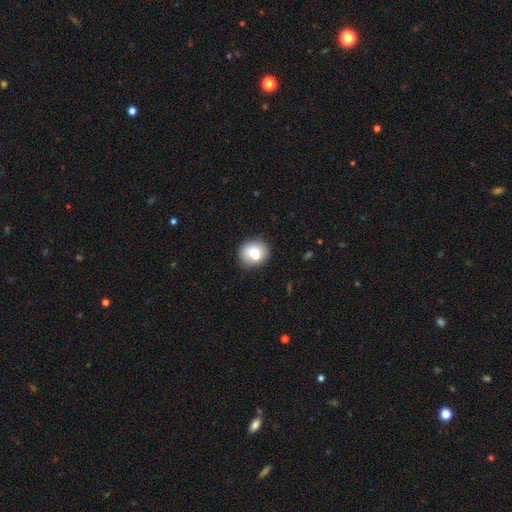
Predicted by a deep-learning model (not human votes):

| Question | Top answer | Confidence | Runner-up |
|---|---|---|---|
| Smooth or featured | smooth | 72% | featured or disk (19%) |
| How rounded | round | 79% | in between (20%) |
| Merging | none | 68% | merger (16%) |